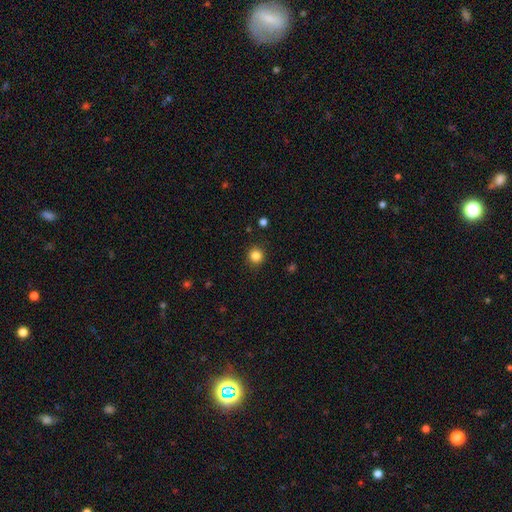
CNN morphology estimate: The model was most divided on "smooth or featured": smooth: 84%, star or artifact: 12%, featured or disk: 5%. More confident: how rounded — round (92%); merging — none (91%).